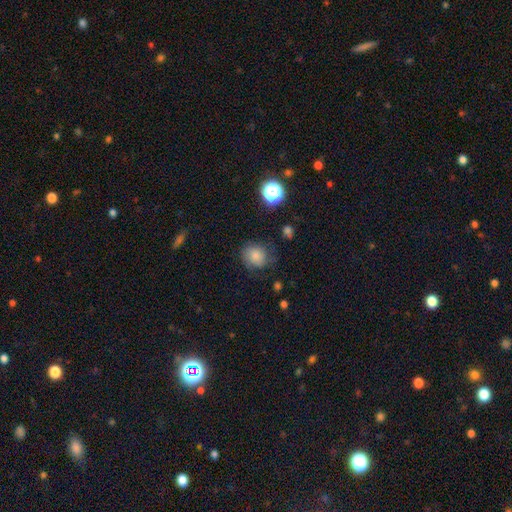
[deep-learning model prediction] smooth_or_featured: smooth (p=0.79) [alt: star or artifact p=0.11]
how_rounded: round (p=0.75) [alt: in between p=0.25]
merging: none (p=0.69) [alt: minor disturbance p=0.21]